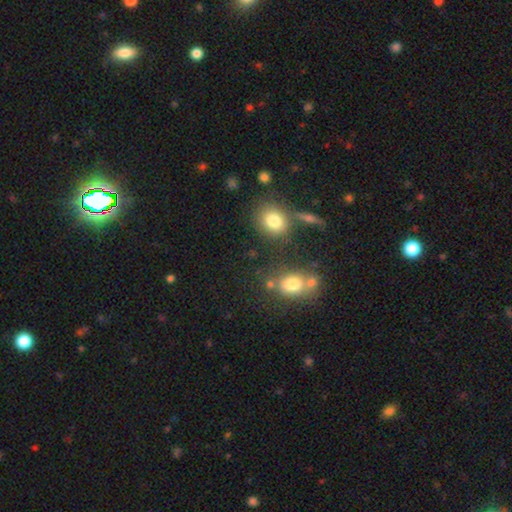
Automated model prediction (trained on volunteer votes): A smooth galaxy with no disk features (55%) that is round (55%).

Vote fractions:
- Smooth or featured? smooth: 55% / star or artifact: 31% / featured or disk: 14%
- How rounded? round: 55% / in between: 42% / cigar-shaped: 3%
- Merging? none: 55% / merger: 30% / minor disturbance: 10% / major disturbance: 5%